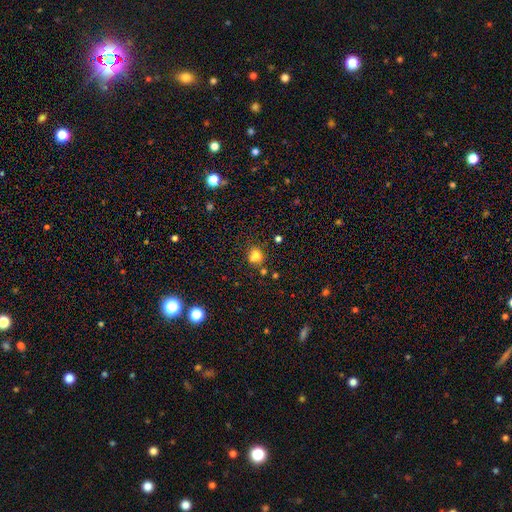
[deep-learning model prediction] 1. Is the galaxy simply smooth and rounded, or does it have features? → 78% smooth, 14% star or artifact, 8% featured or disk.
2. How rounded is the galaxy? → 80% round, 19% in between, 1% cigar-shaped.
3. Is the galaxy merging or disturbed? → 66% none, 15% minor disturbance, 14% merger, 5% major disturbance.